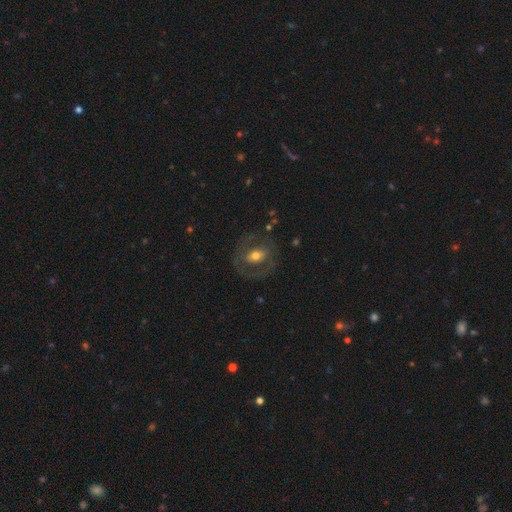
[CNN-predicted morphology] featured or disk 57%, smooth 36%, star or artifact 7%. Down the decision tree: edge-on disk — no (94%); bar — no (53%); spiral arms — no (68%); bulge size — moderate (68%); merging — none (72%).